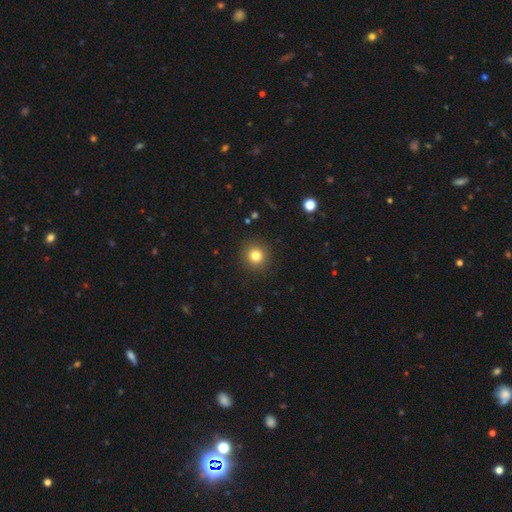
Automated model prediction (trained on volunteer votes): A smooth galaxy with no disk features (81%) that is round (94%).

Vote fractions:
- Smooth or featured? smooth: 81% / star or artifact: 12% / featured or disk: 7%
- How rounded? round: 94% / in between: 5% / cigar-shaped: 1%
- Merging? none: 91% / minor disturbance: 6% / major disturbance: 2% / merger: 1%